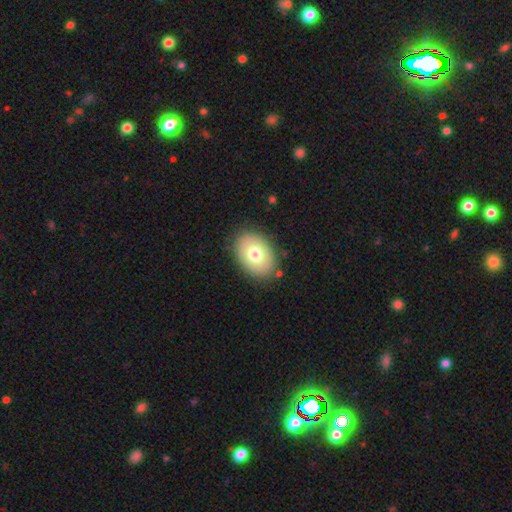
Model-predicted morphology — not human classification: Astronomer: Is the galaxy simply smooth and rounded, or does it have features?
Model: smooth — 72%.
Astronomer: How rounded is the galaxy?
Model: in between — 75%.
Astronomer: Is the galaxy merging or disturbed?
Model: none — 89%.